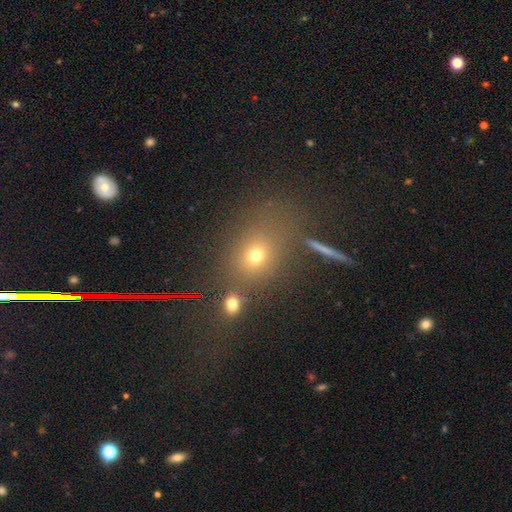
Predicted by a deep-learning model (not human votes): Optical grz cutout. It shows a smooth galaxy with no disk features (66%) that is round (55%). Merging: none (69%).